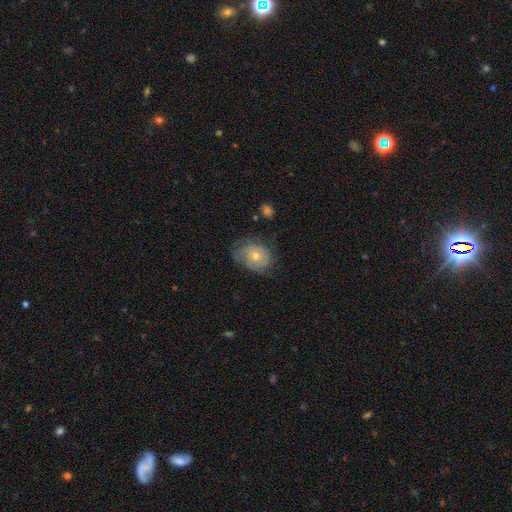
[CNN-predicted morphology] type=smooth (45%); merging=none (61%).